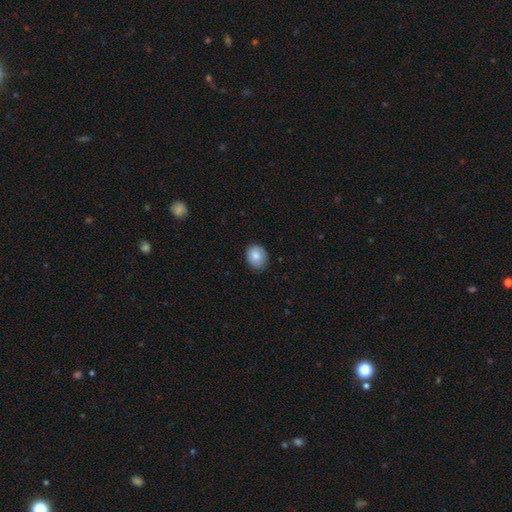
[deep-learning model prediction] smooth-or-featured: smooth: 81% | featured or disk: 12% | star or artifact: 7%
  how-rounded: round: 50% | in between: 49% | cigar-shaped: 1%
  merging: none: 79% | minor disturbance: 17% | major disturbance: 3% | merger: 1%